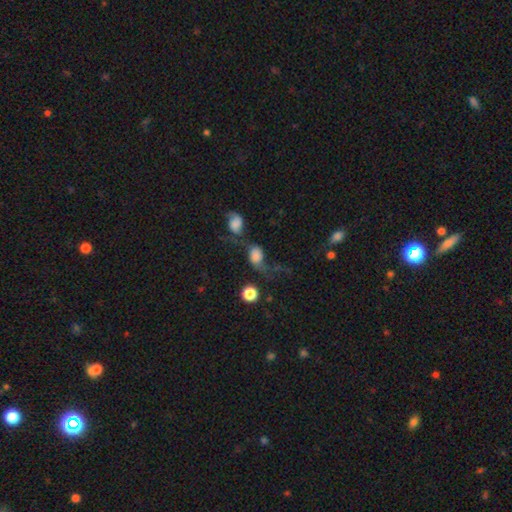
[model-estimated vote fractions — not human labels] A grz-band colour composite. It shows a smooth galaxy with no disk features (63%) that is in between round and cigar-shaped (59%). Merging: merger (35%).